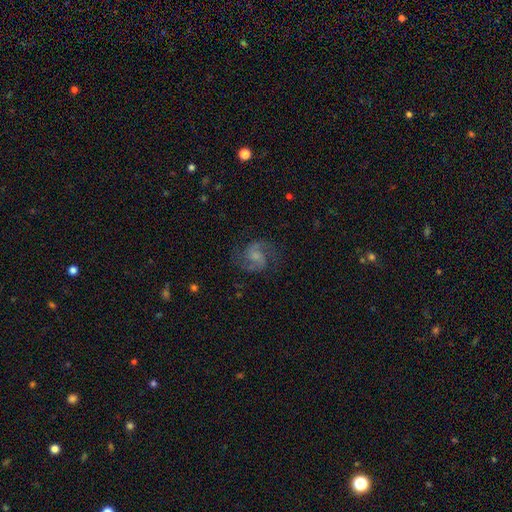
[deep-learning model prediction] Smooth or featured?
  - featured or disk: 81% *
  - smooth: 11%
  - star or artifact: 7%
Edge-on disk?
  - no: 98% *
  - yes: 2%
Bar?
  - no: 52% *
  - weak: 40%
  - strong: 8%
Spiral arms?
  - yes: 96% *
  - no: 4%
Spiral winding?
  - medium: 58% *
  - loose: 25%
  - tight: 16%
Spiral arm count?
  - 2: 90% *
  - can't tell: 3%
  - 3: 2%
  - 1: 2%
  - 4: 1%
  - more than 4: 1%
Bulge size?
  - small: 36% *
  - none: 31%
  - moderate: 26%
  - large: 6%
  - dominant: 1%
Merging?
  - none: 75% *
  - minor disturbance: 15%
  - major disturbance: 10%
  - merger: 1%